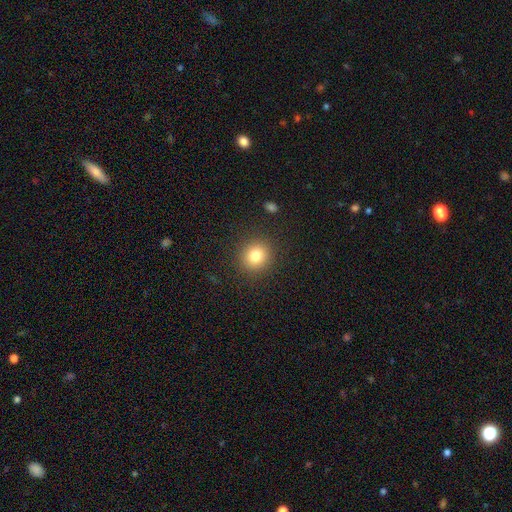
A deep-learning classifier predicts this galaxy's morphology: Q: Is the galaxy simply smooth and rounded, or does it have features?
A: smooth — 80%.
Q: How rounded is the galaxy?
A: round — 87%.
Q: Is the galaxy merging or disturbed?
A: none — 89%.